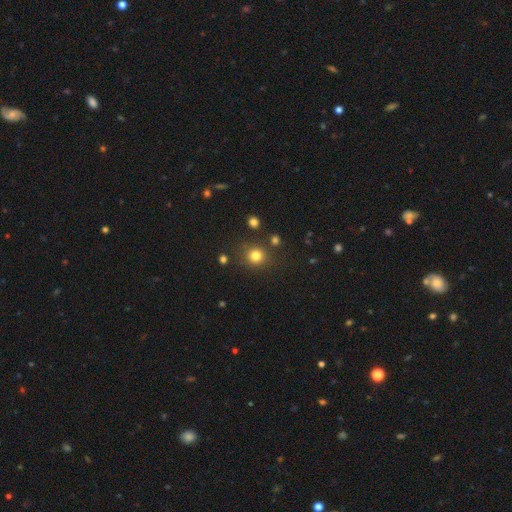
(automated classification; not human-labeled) Morphology: type=smooth (80%); roundness=round (89%); merging=none (83%).